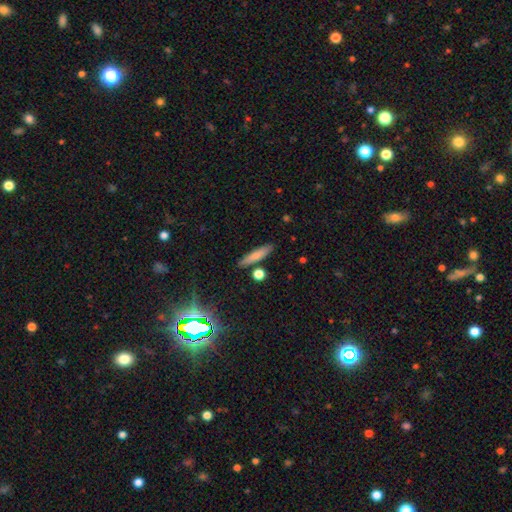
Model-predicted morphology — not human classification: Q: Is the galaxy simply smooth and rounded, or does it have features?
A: smooth — 74%.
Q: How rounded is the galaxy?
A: cigar-shaped — 82%.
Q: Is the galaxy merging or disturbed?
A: none — 83%.